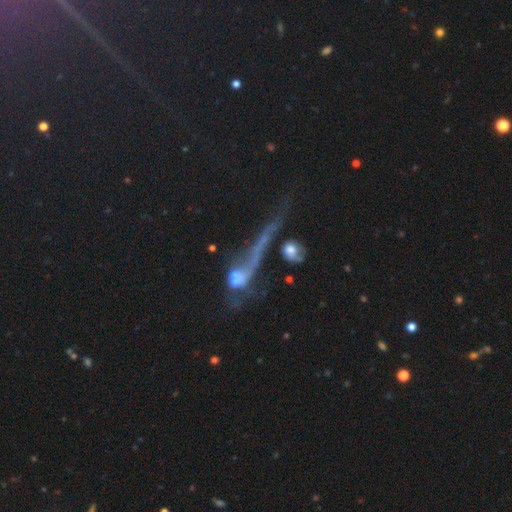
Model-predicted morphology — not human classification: type=star or artifact (41%).